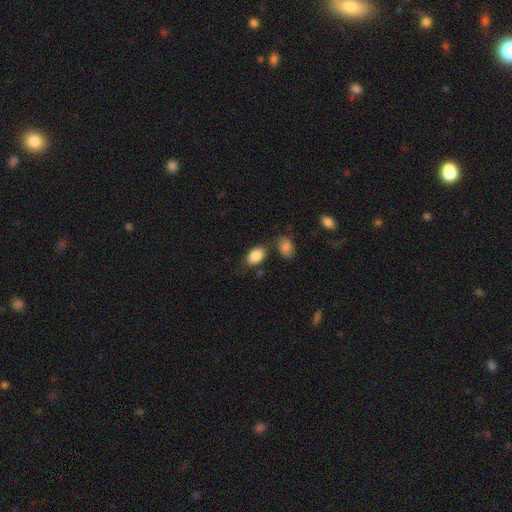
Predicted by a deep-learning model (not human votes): A smooth galaxy with no disk features (87%) that is in between round and cigar-shaped (88%). Merging: none (69%).